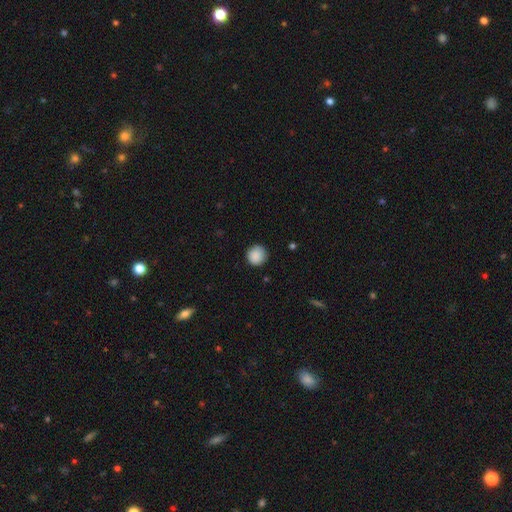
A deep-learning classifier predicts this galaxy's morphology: Q: Smooth or featured?
A: smooth (89%); runner-up: star or artifact (8%)
Q: How rounded?
A: round (94%); runner-up: in between (5%)
Q: Merging?
A: none (88%); runner-up: minor disturbance (9%)